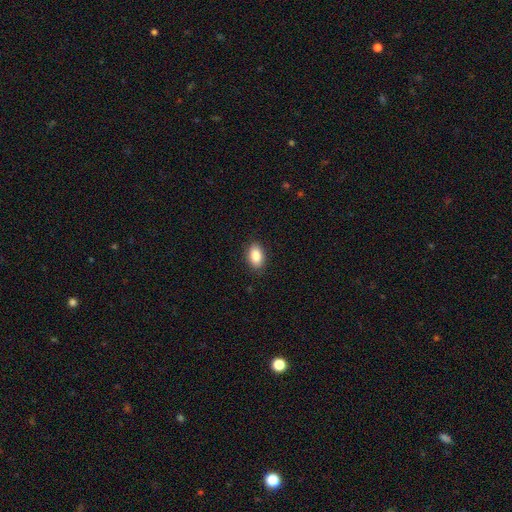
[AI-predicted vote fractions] This appears to be a smooth galaxy with no disk features (88%) that is in between round and cigar-shaped (91%). Merging: none (88%).